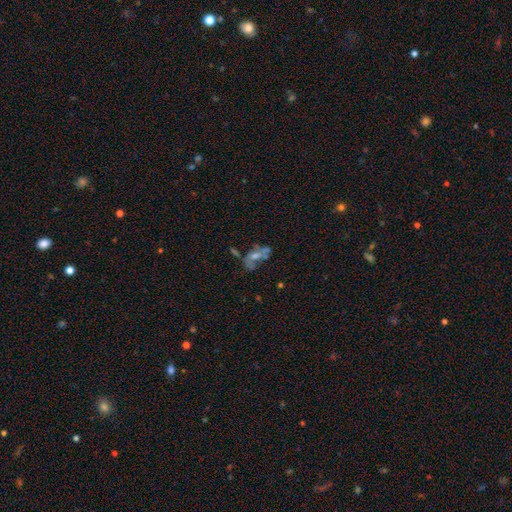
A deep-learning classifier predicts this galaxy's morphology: Smooth or featured? featured or disk (58%)
Edge-on disk? no (91%)
Bar? no (69%)
Spiral arms? no (53%)
Bulge size? moderate (50%)
Merging? none (46%)